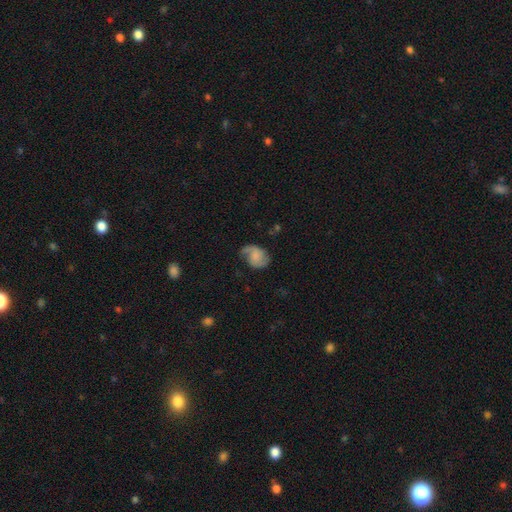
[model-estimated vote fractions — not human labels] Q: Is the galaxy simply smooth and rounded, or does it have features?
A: featured or disk — 54%.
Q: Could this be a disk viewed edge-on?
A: no — 97%.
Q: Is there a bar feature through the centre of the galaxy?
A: no — 60%.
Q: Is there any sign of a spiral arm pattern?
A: yes — 90%.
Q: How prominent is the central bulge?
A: none — 40%.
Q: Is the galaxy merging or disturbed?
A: none — 54%.